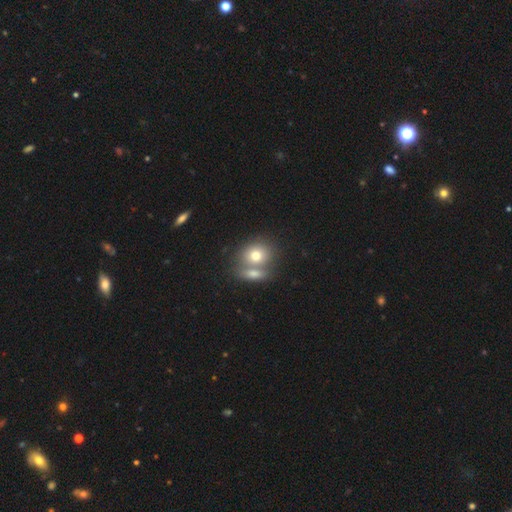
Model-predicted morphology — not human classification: smooth-or-featured: smooth: 74% | featured or disk: 17% | star or artifact: 9%
  how-rounded: round: 61% | in between: 37% | cigar-shaped: 2%
  merging: merger: 49% | none: 39% | minor disturbance: 9% | major disturbance: 3%